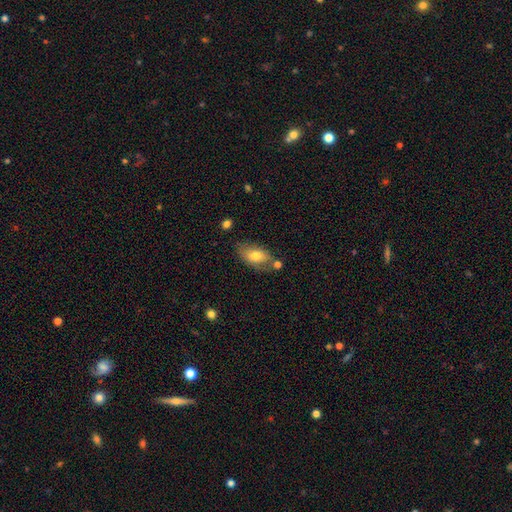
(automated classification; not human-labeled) Smooth or featured: smooth — 73% (featured or disk — 20%)
How rounded: in between — 91% (round — 5%)
Merging: none — 65% (minor disturbance — 20%)